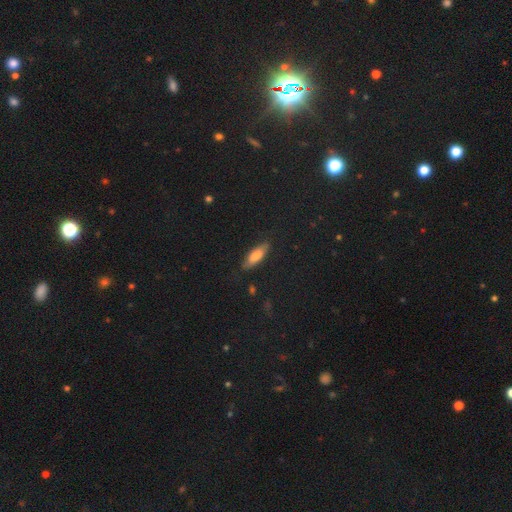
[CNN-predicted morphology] Smooth or featured: smooth — 72% (featured or disk — 19%)
How rounded: in between — 53% (cigar-shaped — 45%)
Merging: none — 82% (minor disturbance — 14%)